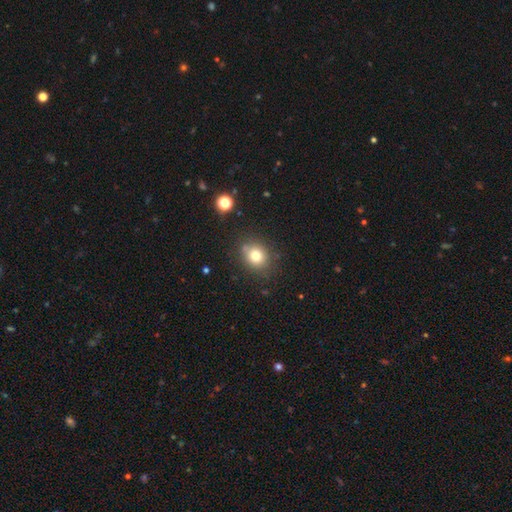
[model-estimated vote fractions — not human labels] Overall: smooth (76%). How rounded: round (71%). Merging: none (77%).